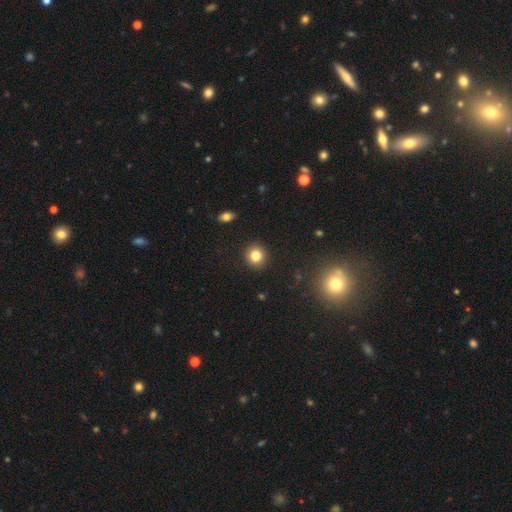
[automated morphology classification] Smooth or featured: smooth — 82% (star or artifact — 11%)
How rounded: round — 89% (in between — 10%)
Merging: none — 91% (minor disturbance — 6%)